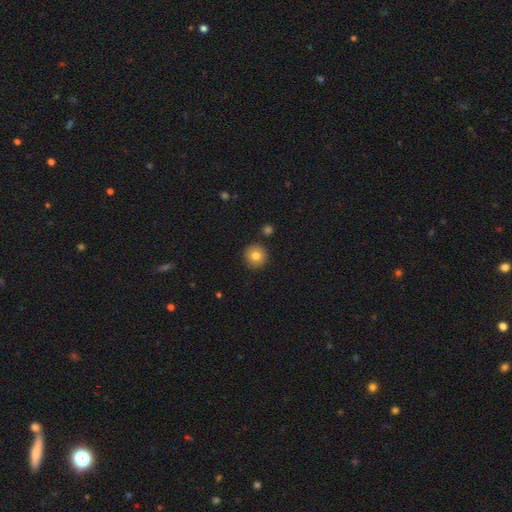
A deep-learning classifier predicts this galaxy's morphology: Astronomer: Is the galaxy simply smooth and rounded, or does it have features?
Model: smooth — 80%.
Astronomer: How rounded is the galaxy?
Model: round — 94%.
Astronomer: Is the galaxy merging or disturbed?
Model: none — 89%.